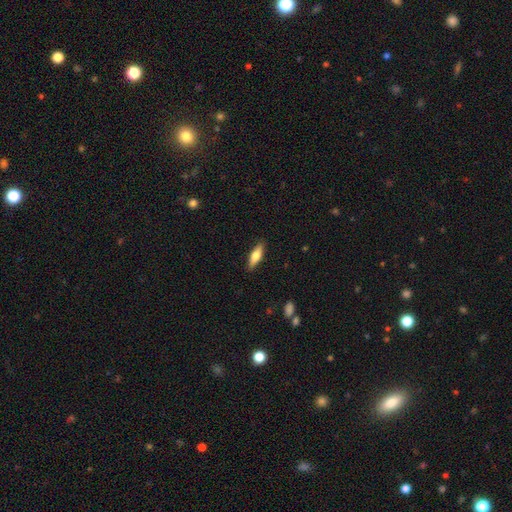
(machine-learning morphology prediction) type=smooth (59%); roundness=cigar-shaped (54%); merging=none (88%).